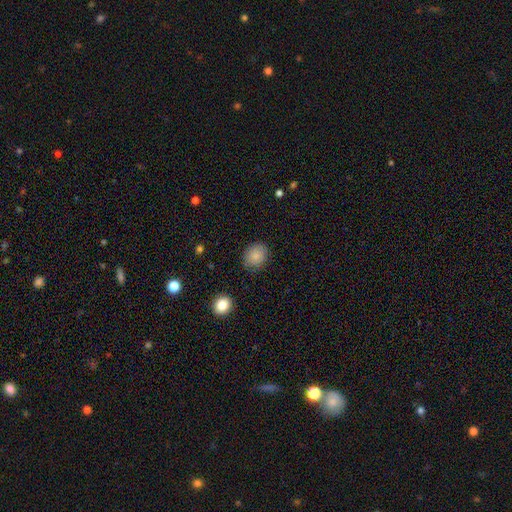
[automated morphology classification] Smooth or featured? smooth (84%)
How rounded? round (60%)
Merging? none (84%)